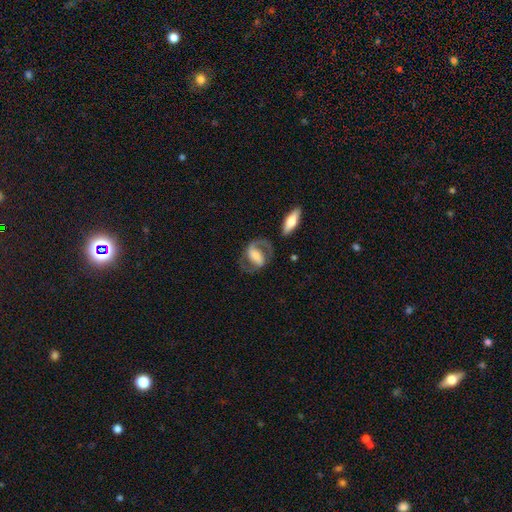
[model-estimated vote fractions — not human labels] smooth_or_featured: featured or disk (p=0.79) [alt: smooth p=0.15]
disk_edge_on: no (p=0.95) [alt: yes p=0.05]
bar: strong (p=0.51) [alt: weak p=0.31]
has_spiral_arms: yes (p=0.92) [alt: no p=0.08]
spiral_winding: medium (p=0.54) [alt: tight p=0.24]
spiral_arm_count: 2 (p=0.87) [alt: 1 p=0.06]
bulge_size: moderate (p=0.33) [alt: small p=0.25]
merging: none (p=0.67) [alt: minor disturbance p=0.17]